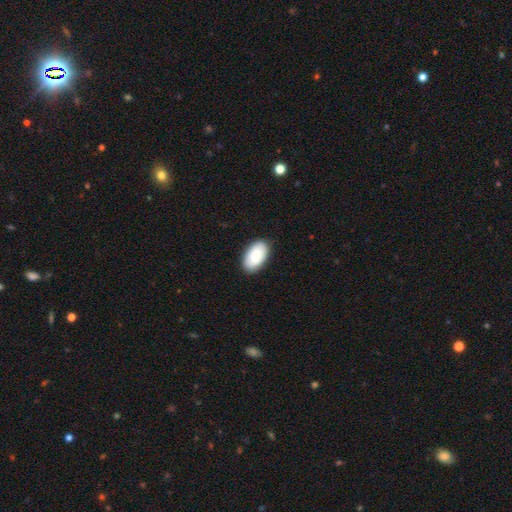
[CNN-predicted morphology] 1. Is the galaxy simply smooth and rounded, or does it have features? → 83% smooth, 11% featured or disk, 6% star or artifact.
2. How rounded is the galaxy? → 95% in between, 4% round, 1% cigar-shaped.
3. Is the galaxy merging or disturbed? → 88% none, 10% minor disturbance, 2% major disturbance, 1% merger.